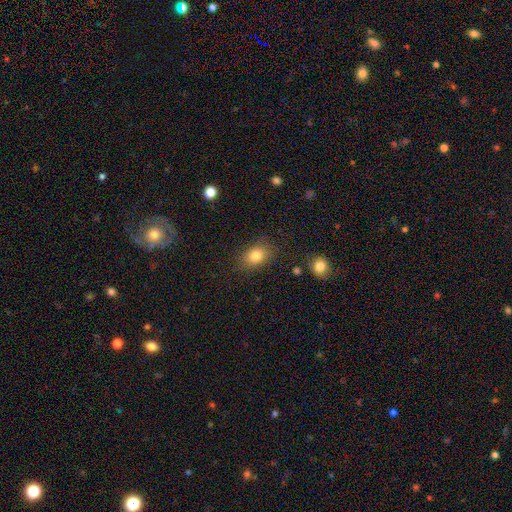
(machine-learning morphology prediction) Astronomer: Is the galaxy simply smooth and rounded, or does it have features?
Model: smooth — 83%.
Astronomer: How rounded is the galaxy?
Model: in between — 71%.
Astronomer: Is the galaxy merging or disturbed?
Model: none — 81%.